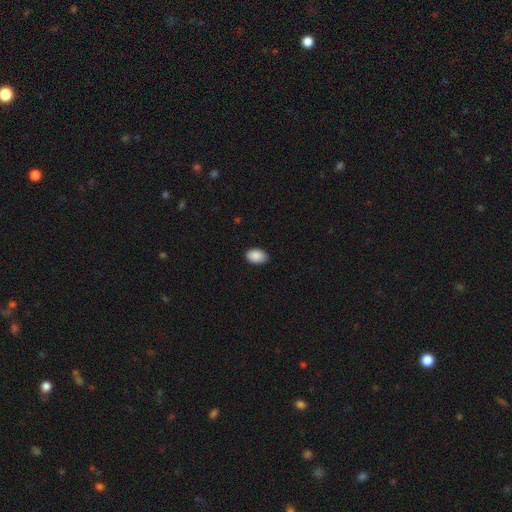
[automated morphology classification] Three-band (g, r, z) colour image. It shows a smooth galaxy with no disk features (90%) that is in between round and cigar-shaped (90%). Merging: none (87%).